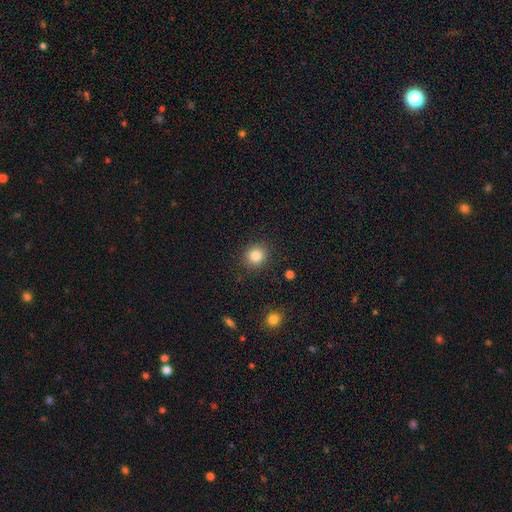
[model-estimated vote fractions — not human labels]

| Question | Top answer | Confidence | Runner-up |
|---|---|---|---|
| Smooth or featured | smooth | 84% | star or artifact (10%) |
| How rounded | round | 84% | in between (15%) |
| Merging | none | 89% | minor disturbance (7%) |